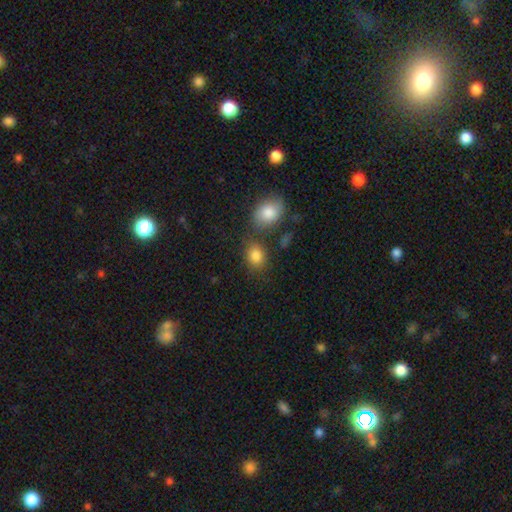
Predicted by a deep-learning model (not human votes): Morphology: type=smooth (84%); roundness=in between (57%); merging=none (66%).